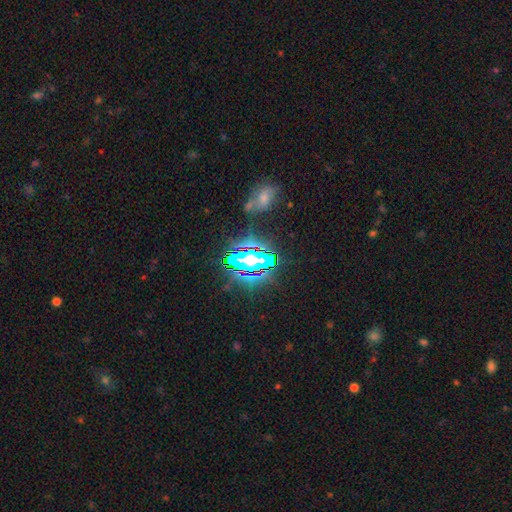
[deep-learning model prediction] This is likely a star or artifact rather than a galaxy (77%).